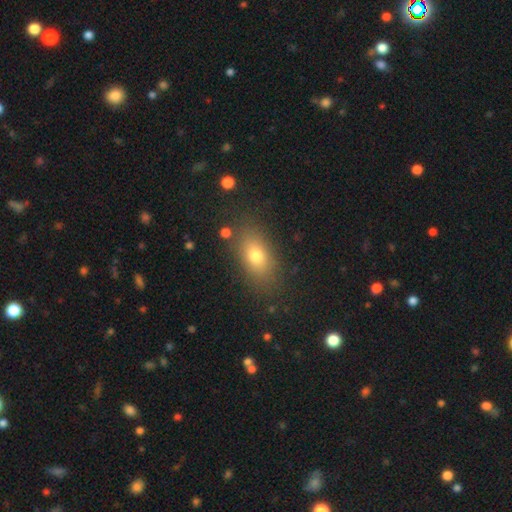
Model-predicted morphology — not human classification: The model was most divided on "smooth or featured": smooth: 74%, featured or disk: 14%, star or artifact: 12%. More confident: merging — none (84%); how rounded — in between (82%).